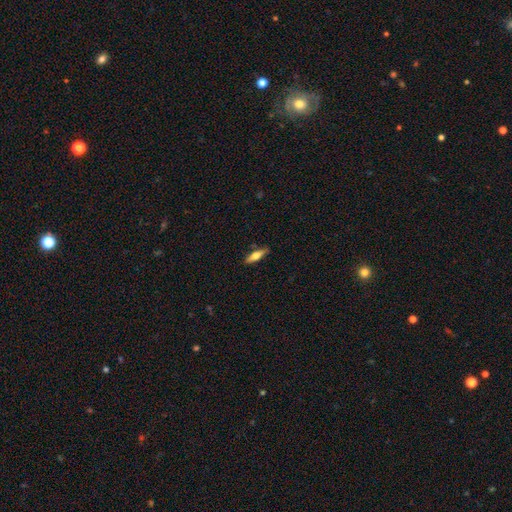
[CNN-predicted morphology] This appears to be a smooth galaxy with no disk features (57%) that is cigar-shaped (62%). Merging: none (84%).